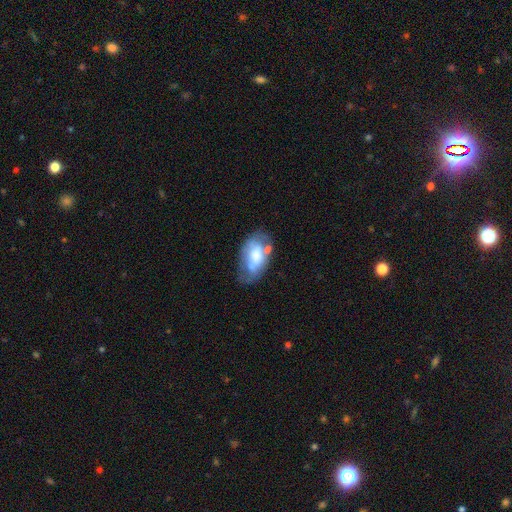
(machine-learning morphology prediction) type=smooth (53%); roundness=in between (92%); merging=none (41%).